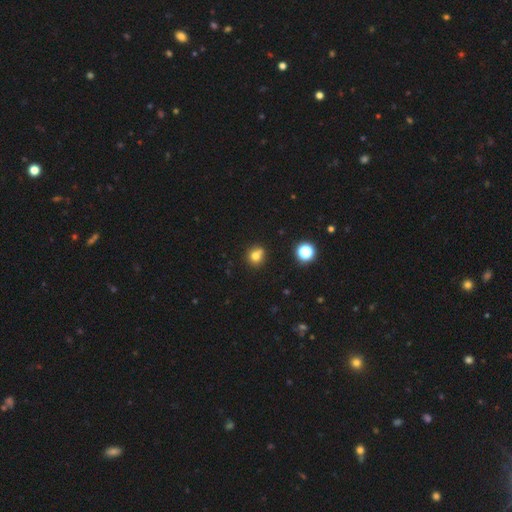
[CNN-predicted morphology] smooth_or_featured: smooth (p=0.75) [alt: star or artifact p=0.15]
how_rounded: round (p=0.81) [alt: in between p=0.18]
merging: none (p=0.60) [alt: merger p=0.21]